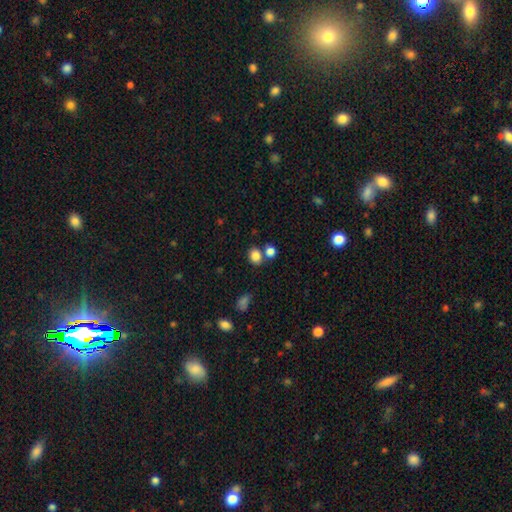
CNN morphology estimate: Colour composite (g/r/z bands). It shows a smooth galaxy with no disk features (83%) that is round (55%). Merging: none (60%).